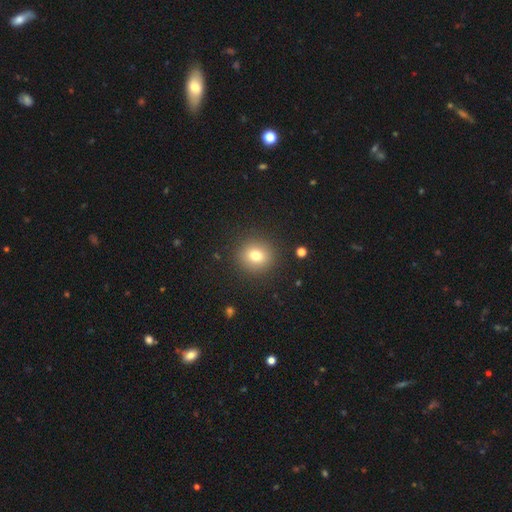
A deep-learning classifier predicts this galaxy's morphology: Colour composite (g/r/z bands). It shows a smooth galaxy with no disk features (76%) that is round (88%). Merging: none (90%).